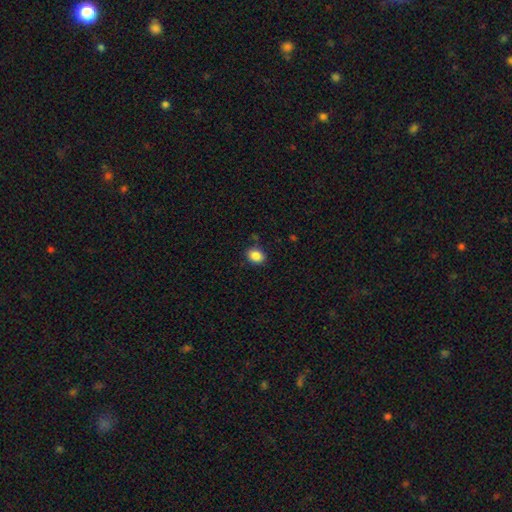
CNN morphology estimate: Smooth or featured? Predicted: smooth (p=0.87). How rounded? Predicted: in between (p=0.56). Merging? Predicted: none (p=0.84).